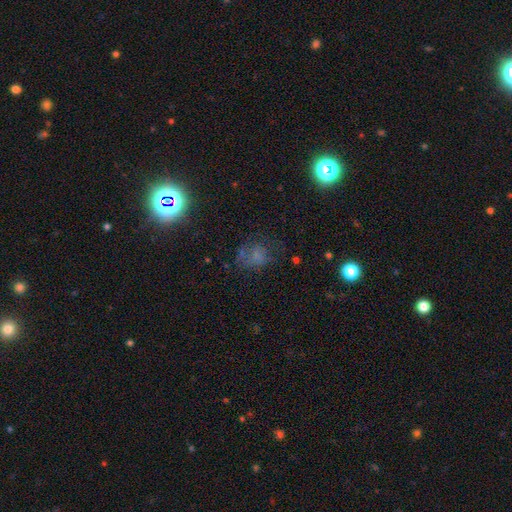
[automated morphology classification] This is possibly a smooth galaxy (46%). Merging: possibly none (54%).